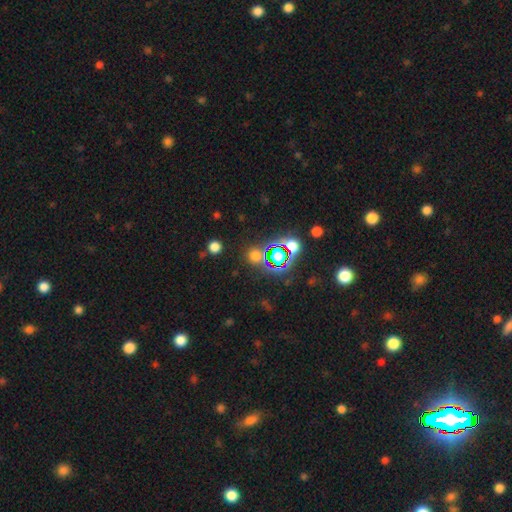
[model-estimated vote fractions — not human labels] Smooth or featured? smooth (54%)
How rounded? round (86%)
Merging? none (76%)